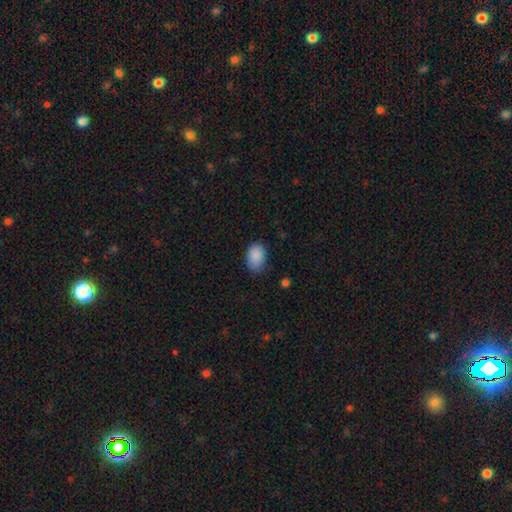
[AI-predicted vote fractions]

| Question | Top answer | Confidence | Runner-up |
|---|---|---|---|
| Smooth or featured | smooth | 89% | star or artifact (7%) |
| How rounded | in between | 86% | round (13%) |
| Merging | none | 76% | minor disturbance (20%) |